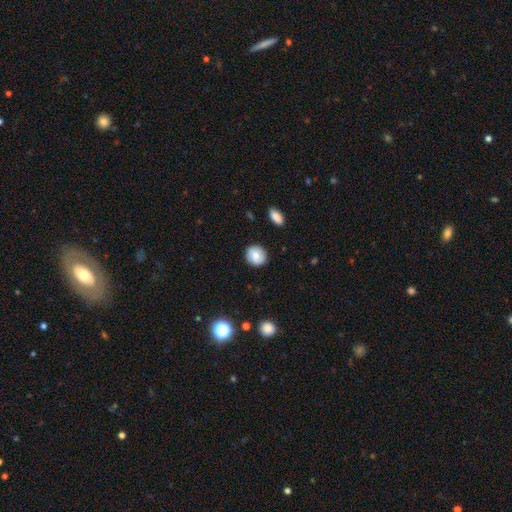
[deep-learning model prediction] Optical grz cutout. It shows a smooth galaxy with no disk features (78%) that is round (87%). Merging: none (88%).